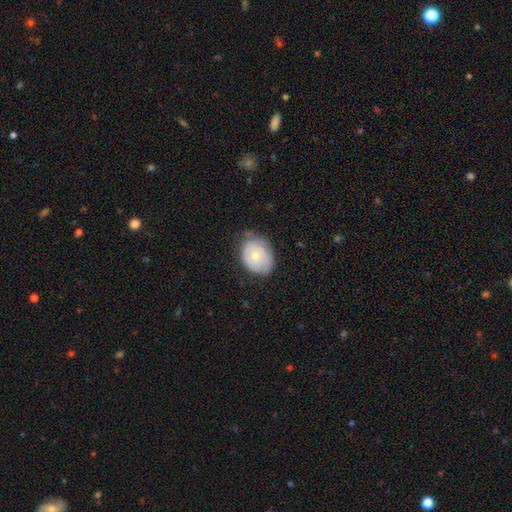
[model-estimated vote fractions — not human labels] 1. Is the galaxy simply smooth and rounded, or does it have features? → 52% featured or disk, 42% smooth, 6% star or artifact.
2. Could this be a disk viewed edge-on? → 95% no, 5% yes.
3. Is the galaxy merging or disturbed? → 58% none, 32% minor disturbance, 9% major disturbance, 2% merger.